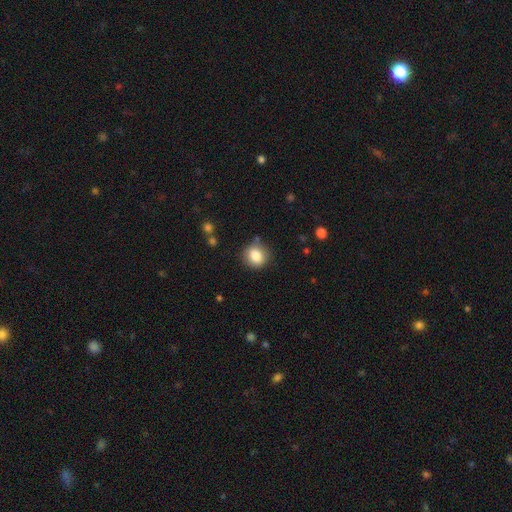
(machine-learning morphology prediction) smooth_or_featured: smooth (p=0.83) [alt: star or artifact p=0.09]
how_rounded: round (p=0.78) [alt: in between p=0.21]
merging: none (p=0.80) [alt: minor disturbance p=0.14]